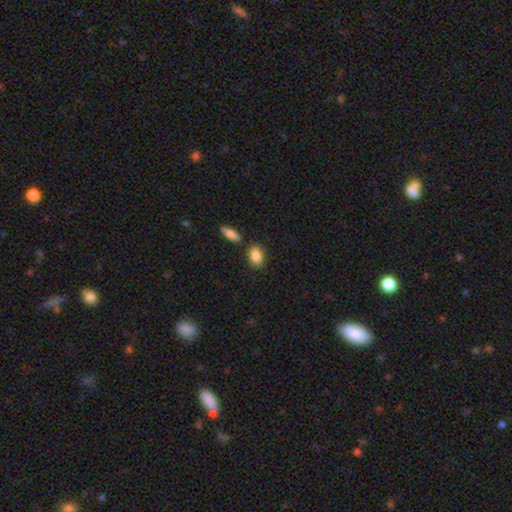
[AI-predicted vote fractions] A smooth galaxy with no disk features (87%) that is in between round and cigar-shaped (78%).

Vote fractions:
- Smooth or featured? smooth: 87% / star or artifact: 7% / featured or disk: 6%
- How rounded? in between: 78% / round: 20% / cigar-shaped: 3%
- Merging? none: 77% / minor disturbance: 12% / merger: 8% / major disturbance: 3%